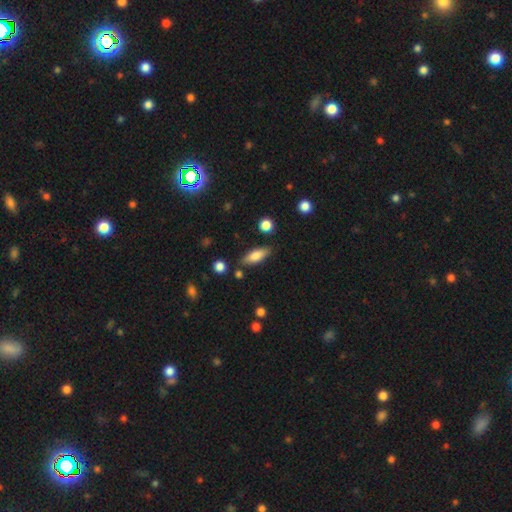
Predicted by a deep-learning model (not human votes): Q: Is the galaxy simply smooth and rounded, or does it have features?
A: smooth — 76%.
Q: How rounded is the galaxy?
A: in between — 64%.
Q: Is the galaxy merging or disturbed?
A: none — 81%.